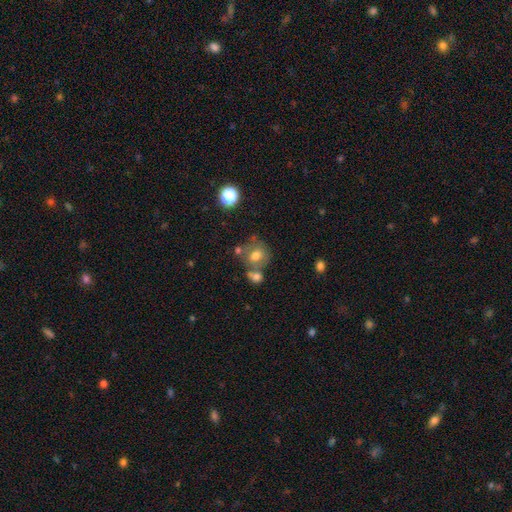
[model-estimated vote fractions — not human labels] Smooth or featured: smooth — 67% (featured or disk — 20%)
How rounded: round — 69% (in between — 30%)
Merging: none — 48% (merger — 30%)